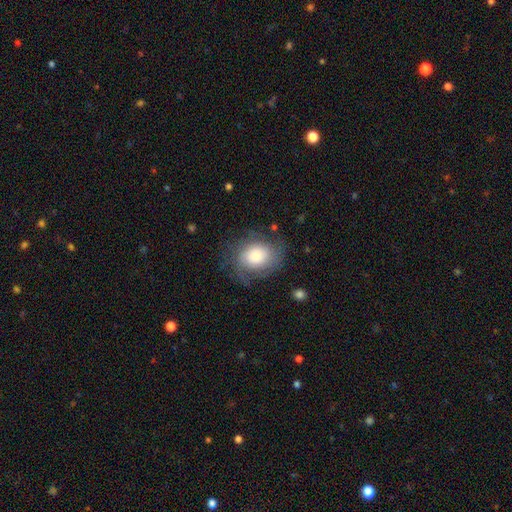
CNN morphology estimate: Overall: smooth (55%; featured or disk 36%). How rounded: round (53%; in between 46%). Merging: none (65%).